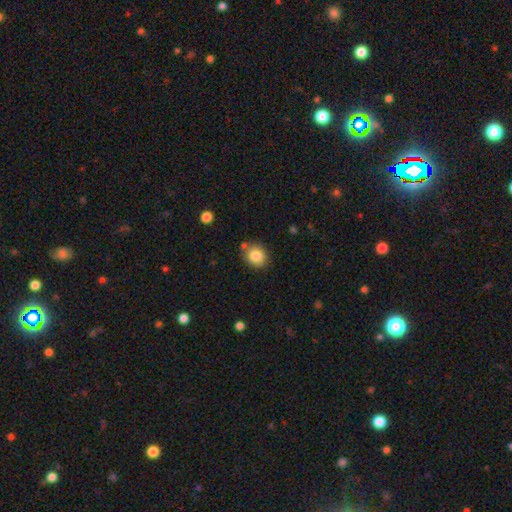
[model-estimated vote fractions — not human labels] Morphology: type=smooth (83%); roundness=round (73%); merging=none (78%).